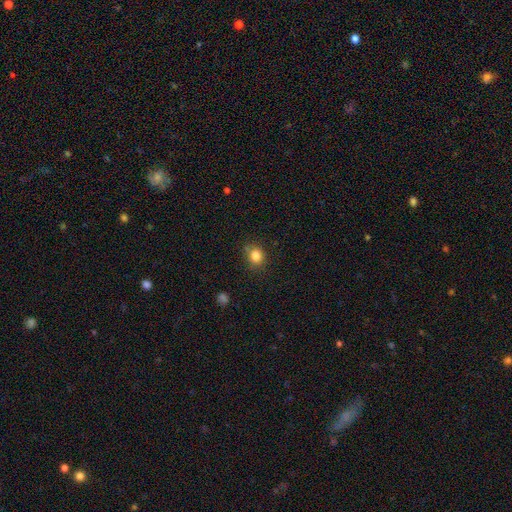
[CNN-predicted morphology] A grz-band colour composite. It shows a smooth galaxy with no disk features (83%) that is round (67%). Merging: none (77%).